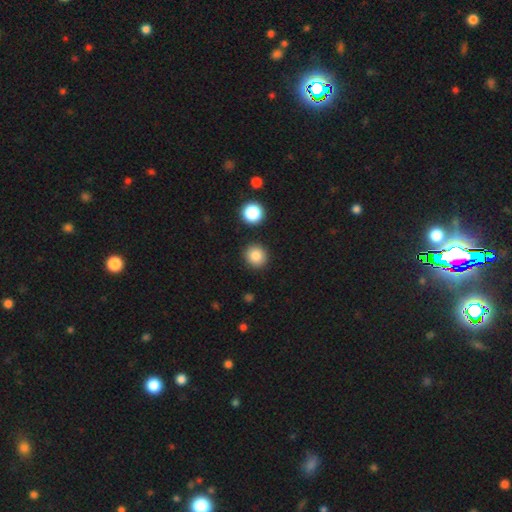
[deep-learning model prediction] smooth-or-featured: smooth: 84% | star or artifact: 11% | featured or disk: 5%
  how-rounded: round: 91% | in between: 8% | cigar-shaped: 1%
  merging: none: 89% | minor disturbance: 6% | merger: 3% | major disturbance: 2%